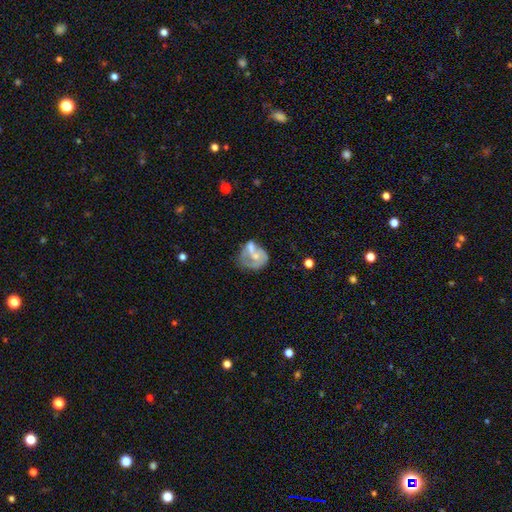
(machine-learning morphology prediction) This is possibly a featured or disk galaxy (58%). It is clearly not viewed edge-on (98%). Bar: likely no (73%). Spiral arm pattern: possibly no (51%). Central bulge: marginally moderate (44%). Merging: marginally merger (35%).